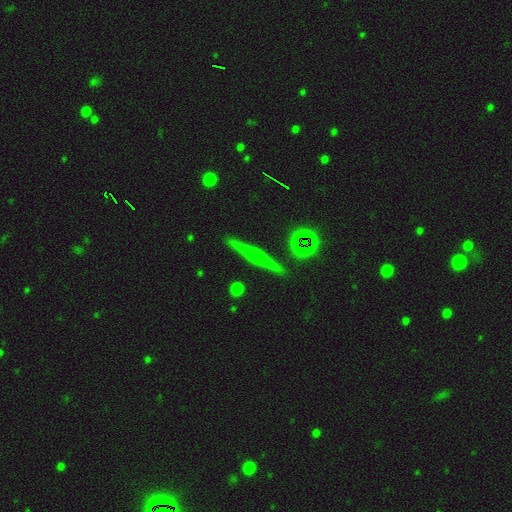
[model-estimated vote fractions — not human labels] The model was most divided on "edge-on bulge": rounded: 54%, none: 33%, boxy: 12%. More confident: edge-on disk — yes (97%); merging — none (90%); smooth or featured — featured or disk (57%).